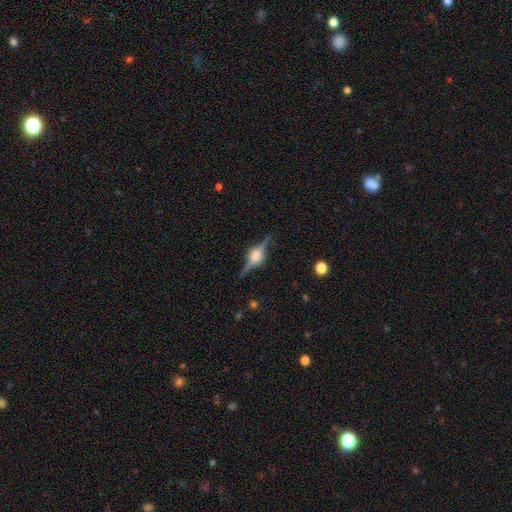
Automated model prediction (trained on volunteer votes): A featured or disk galaxy (86%) viewed edge-on (98%) with a rounded central bulge (87%). Merging: none (86%).